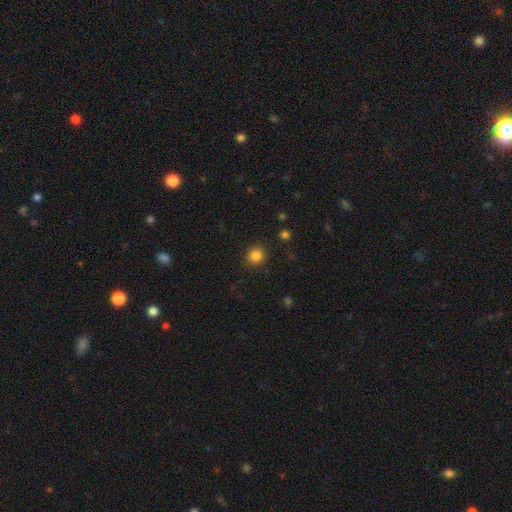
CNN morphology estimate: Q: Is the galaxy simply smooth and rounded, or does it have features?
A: smooth — 84%.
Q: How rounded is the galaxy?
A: round — 89%.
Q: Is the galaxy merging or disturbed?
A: none — 91%.